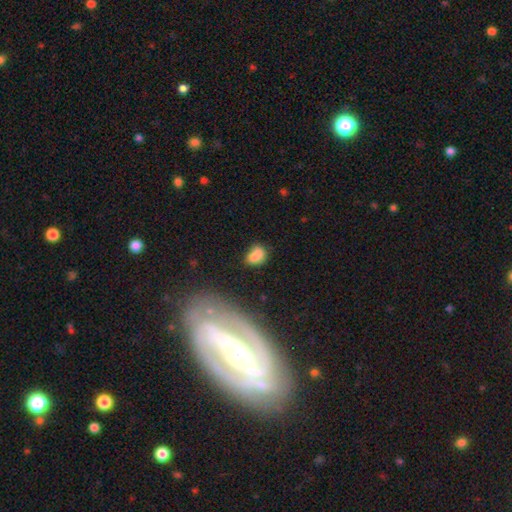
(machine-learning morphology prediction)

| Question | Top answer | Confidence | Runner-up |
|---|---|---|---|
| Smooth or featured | smooth | 80% | star or artifact (11%) |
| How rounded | in between | 69% | round (29%) |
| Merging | none | 53% | minor disturbance (26%) |